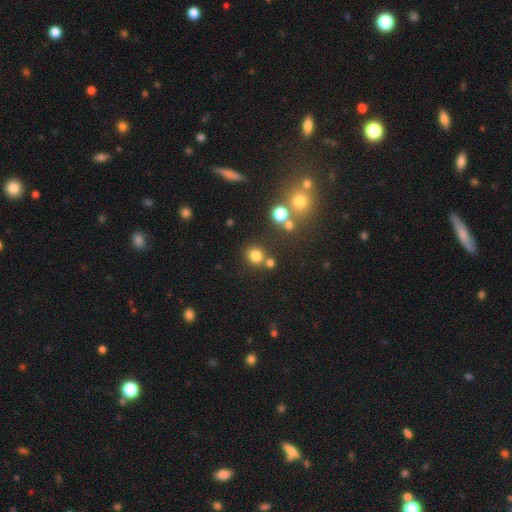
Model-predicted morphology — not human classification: Smooth or featured? smooth (77%)
How rounded? round (85%)
Merging? none (74%)